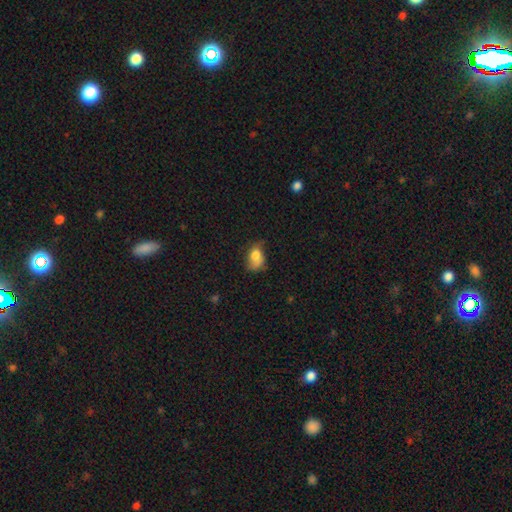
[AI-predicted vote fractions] smooth_or_featured: smooth (p=0.72) [alt: featured or disk p=0.17]
how_rounded: in between (p=0.73) [alt: round p=0.25]
merging: minor disturbance (p=0.36) [alt: none p=0.35]